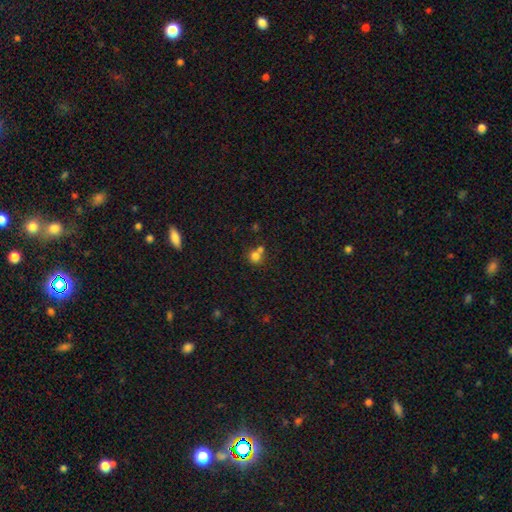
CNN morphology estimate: Smooth or featured? smooth (77%)
How rounded? round (86%)
Merging? none (47%)